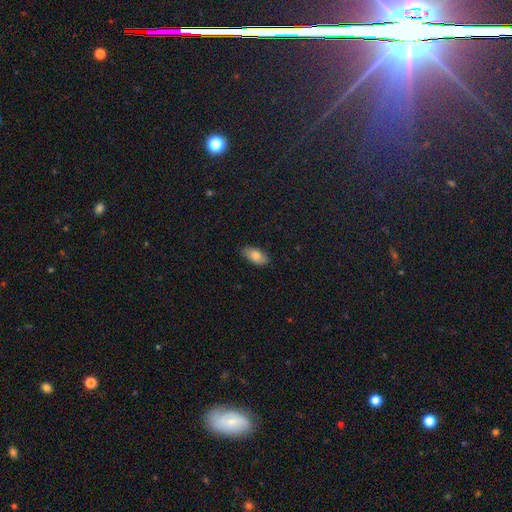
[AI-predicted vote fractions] Smooth or featured? smooth (78%)
How rounded? in between (93%)
Merging? none (83%)